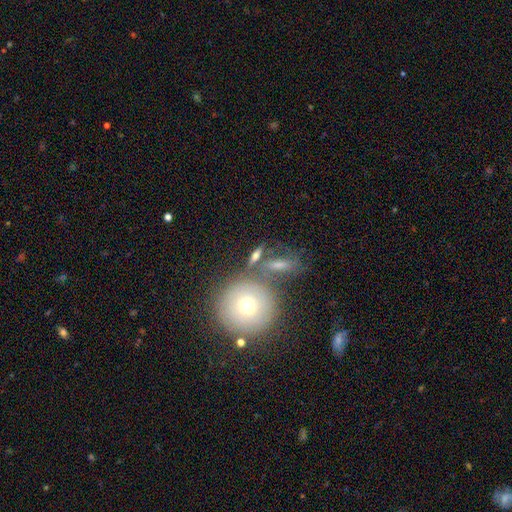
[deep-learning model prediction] smooth-or-featured: smooth: 57% | featured or disk: 31% | star or artifact: 12%
  how-rounded: in between: 45% | cigar-shaped: 34% | round: 22%
  merging: none: 59% | merger: 21% | minor disturbance: 13% | major disturbance: 7%